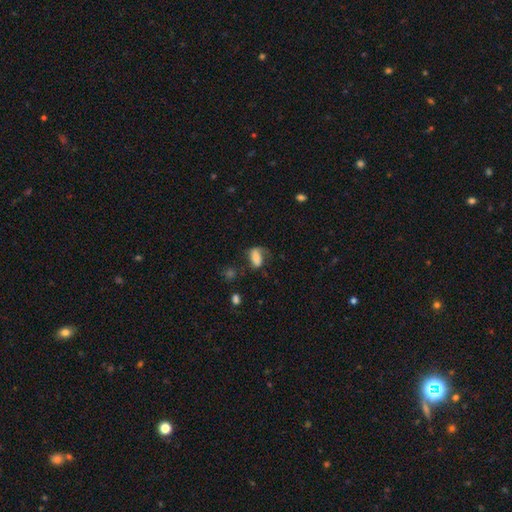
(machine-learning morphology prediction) A smooth galaxy with no disk features (61%) that is in between round and cigar-shaped (85%). Merging: none (40%).